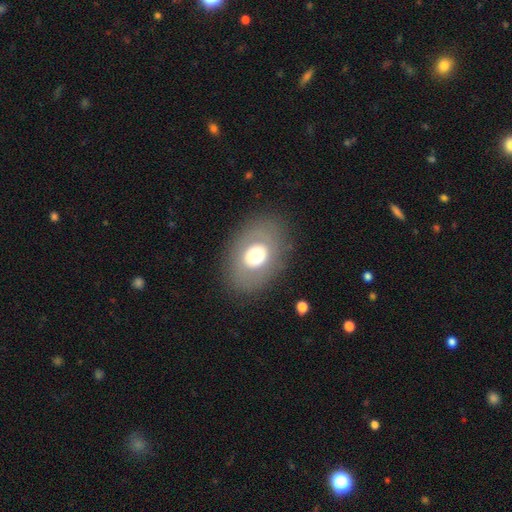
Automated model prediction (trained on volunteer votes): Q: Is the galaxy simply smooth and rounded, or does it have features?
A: smooth — 57%.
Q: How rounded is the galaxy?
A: in between — 67%.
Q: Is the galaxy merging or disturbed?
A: none — 81%.